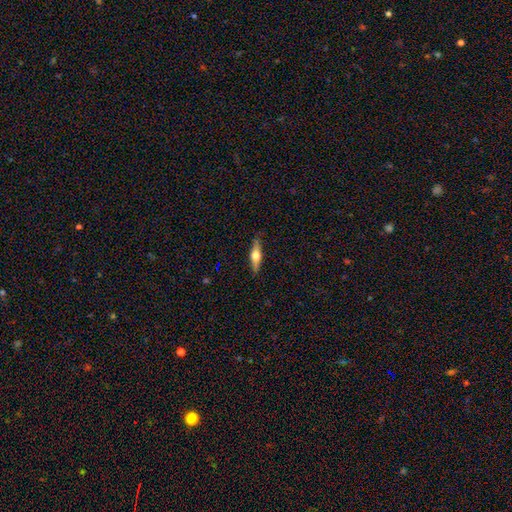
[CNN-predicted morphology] Smooth or featured: featured or disk — 54% (smooth — 40%)
Edge-on disk: yes — 94% (no — 6%)
Edge-on bulge: rounded — 94% (boxy — 4%)
Merging: none — 88% (minor disturbance — 9%)